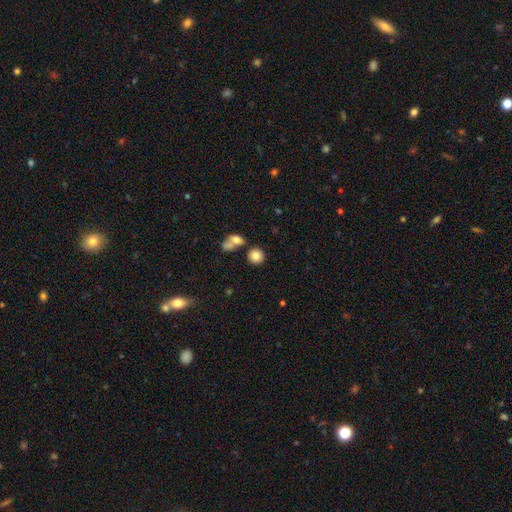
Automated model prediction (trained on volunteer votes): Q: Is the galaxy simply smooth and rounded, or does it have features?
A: smooth — 81%.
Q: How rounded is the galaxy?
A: round — 88%.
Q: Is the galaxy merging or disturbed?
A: none — 74%.